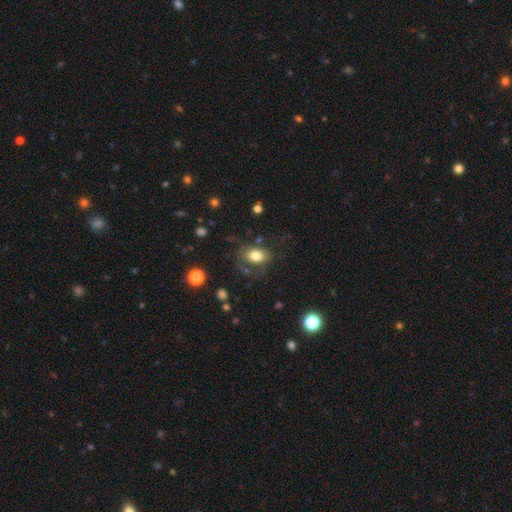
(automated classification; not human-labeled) Smooth or featured?
  - smooth: 77% *
  - featured or disk: 14%
  - star or artifact: 9%
How rounded?
  - in between: 77% *
  - round: 22%
  - cigar-shaped: 1%
Merging?
  - none: 64% *
  - minor disturbance: 20%
  - major disturbance: 12%
  - merger: 4%